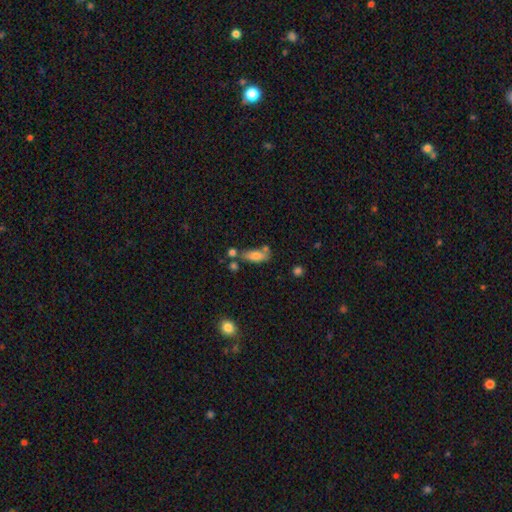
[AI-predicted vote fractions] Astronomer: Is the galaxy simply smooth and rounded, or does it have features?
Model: smooth — 77%.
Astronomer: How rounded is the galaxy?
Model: in between — 78%.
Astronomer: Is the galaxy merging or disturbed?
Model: none — 55%.